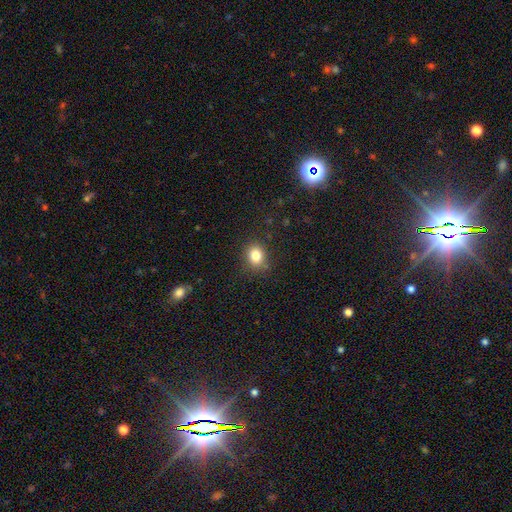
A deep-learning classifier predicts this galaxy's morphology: smooth-or-featured: smooth: 82% | star or artifact: 12% | featured or disk: 6%
  how-rounded: round: 63% | in between: 36% | cigar-shaped: 1%
  merging: none: 82% | minor disturbance: 13% | major disturbance: 3% | merger: 2%